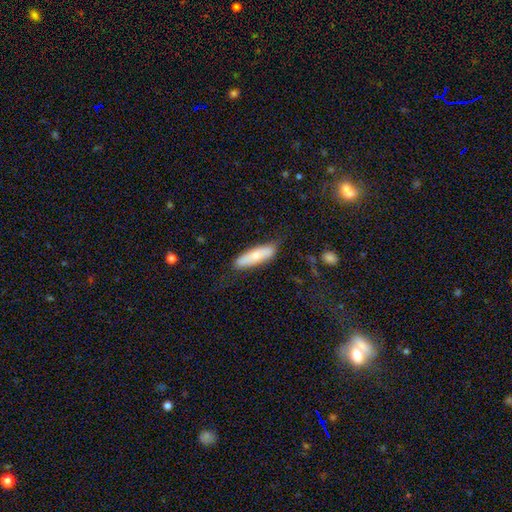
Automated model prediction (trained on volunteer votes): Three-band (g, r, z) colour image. It shows a smooth galaxy with no disk features (68%) that is cigar-shaped (63%). Merging: none (78%).